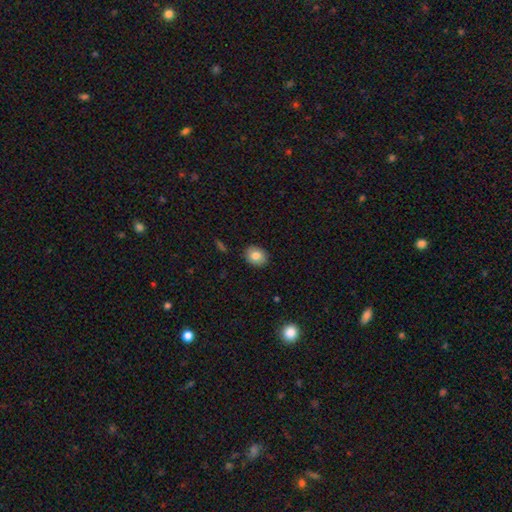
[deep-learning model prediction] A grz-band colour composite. It shows a smooth galaxy with no disk features (82%) that is round (50%). Merging: none (88%).